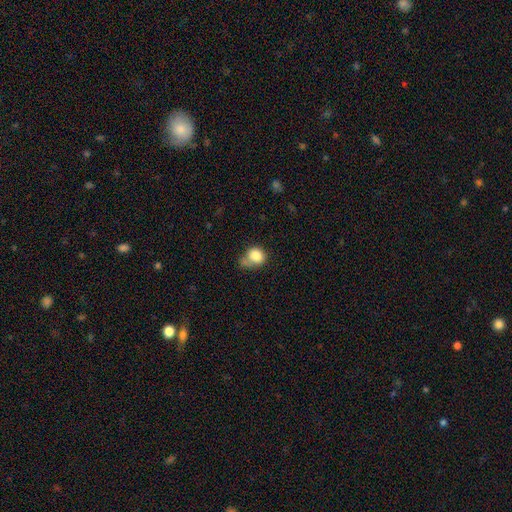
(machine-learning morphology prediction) Overall: smooth (83%). How rounded: round (68%; in between 31%). Merging: none (39%; minor disturbance 27%).